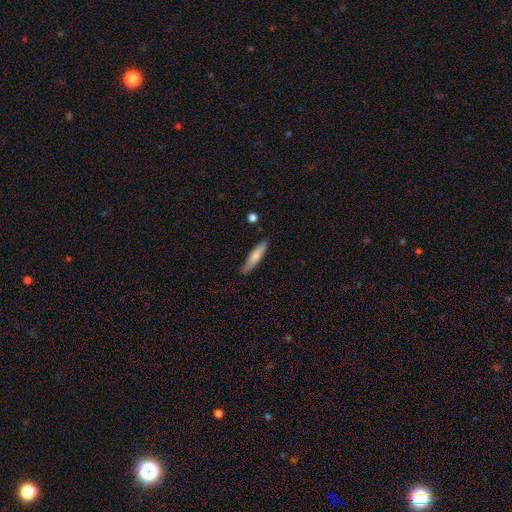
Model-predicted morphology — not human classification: Smooth or featured? smooth (72%)
How rounded? cigar-shaped (83%)
Merging? none (85%)